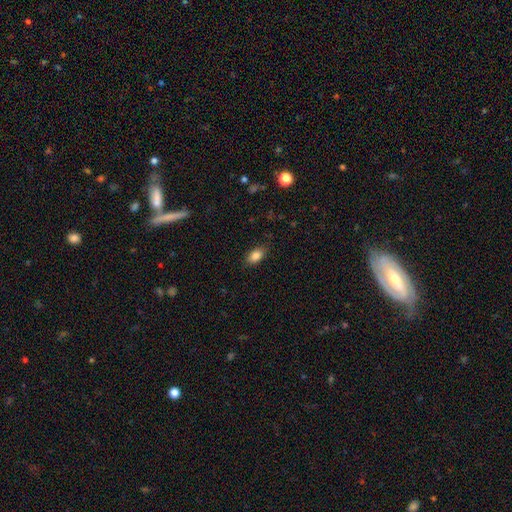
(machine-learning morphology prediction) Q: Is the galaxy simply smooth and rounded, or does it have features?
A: smooth — 85%.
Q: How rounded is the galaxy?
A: in between — 89%.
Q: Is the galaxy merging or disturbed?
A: none — 85%.